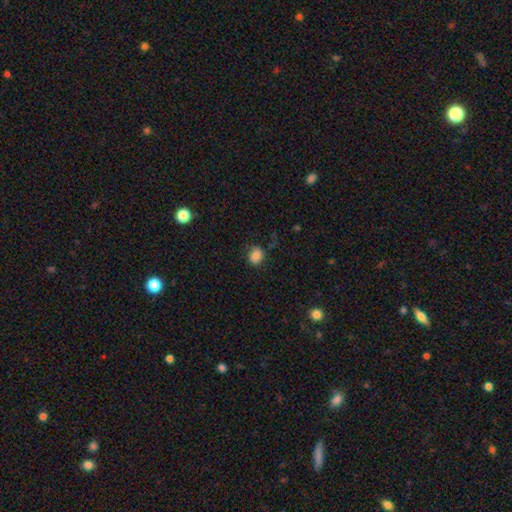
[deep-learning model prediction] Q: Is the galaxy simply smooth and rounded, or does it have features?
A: smooth — 84%.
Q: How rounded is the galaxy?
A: round — 56%.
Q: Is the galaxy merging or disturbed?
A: none — 72%.